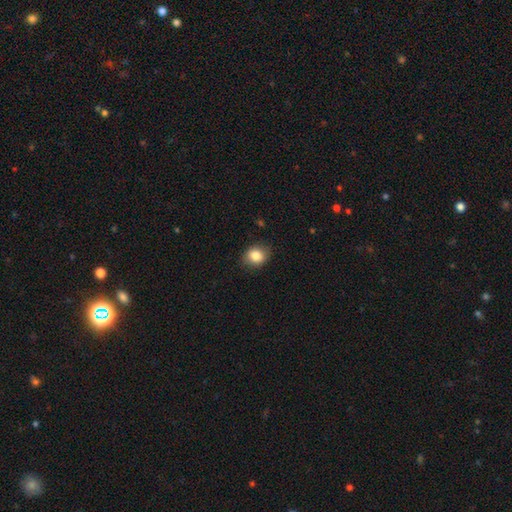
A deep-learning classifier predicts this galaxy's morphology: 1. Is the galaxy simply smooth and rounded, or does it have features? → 84% smooth, 9% star or artifact, 7% featured or disk.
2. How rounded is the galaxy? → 57% round, 42% in between, 1% cigar-shaped.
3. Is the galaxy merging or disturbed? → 83% none, 13% minor disturbance, 3% major disturbance, 1% merger.